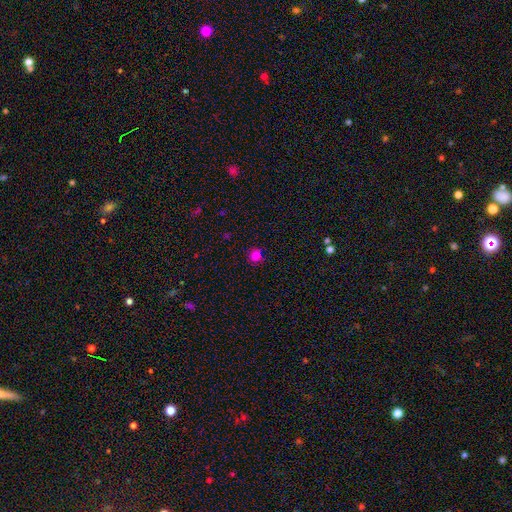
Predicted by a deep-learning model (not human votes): This appears to be a smooth galaxy with no disk features (81%) that is round (82%). Merging: none (84%).